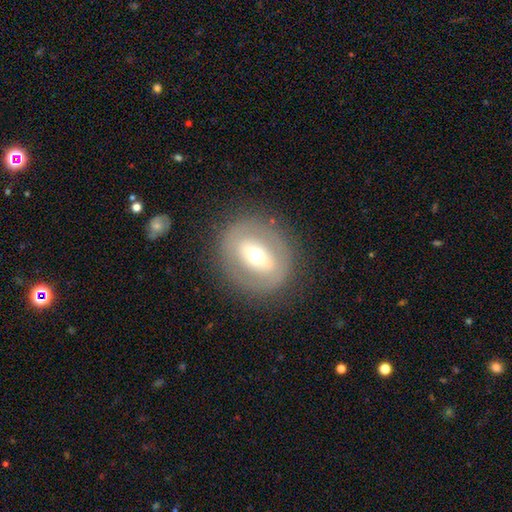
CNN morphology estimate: featured or disk 56%, smooth 36%, star or artifact 8%. Down the decision tree: edge-on disk — no (91%); bar — strong (38%); spiral arms — no (82%); bulge size — moderate (56%); merging — none (82%).